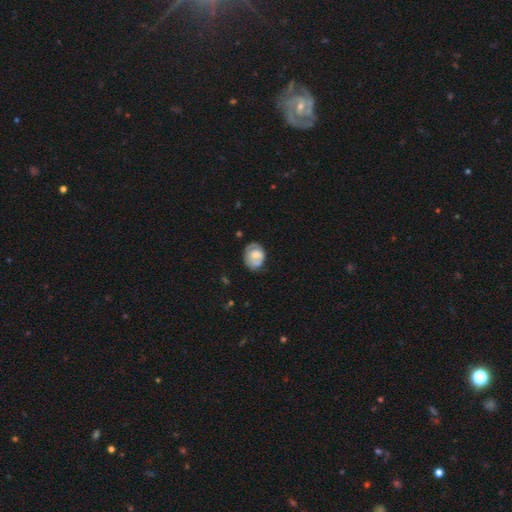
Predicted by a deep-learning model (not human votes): Smooth or featured?
  - smooth: 50% *
  - featured or disk: 43%
  - star or artifact: 7%
How rounded?
  - in between: 52% *
  - round: 47%
  - cigar-shaped: 1%
Merging?
  - none: 54% *
  - minor disturbance: 30%
  - major disturbance: 11%
  - merger: 4%